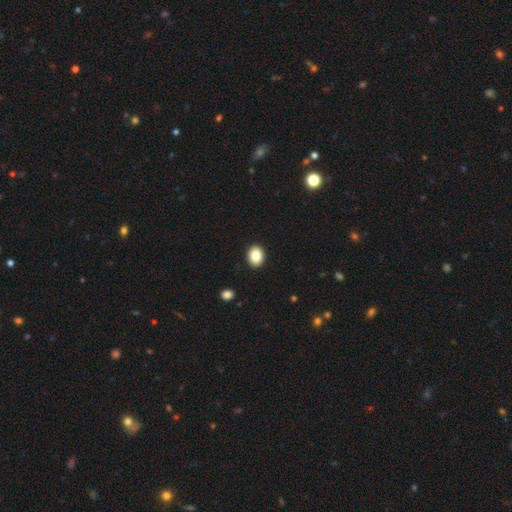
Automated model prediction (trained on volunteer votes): smooth_or_featured: smooth (p=0.86) [alt: star or artifact p=0.08]
how_rounded: in between (p=0.55) [alt: round p=0.44]
merging: none (p=0.91) [alt: minor disturbance p=0.06]